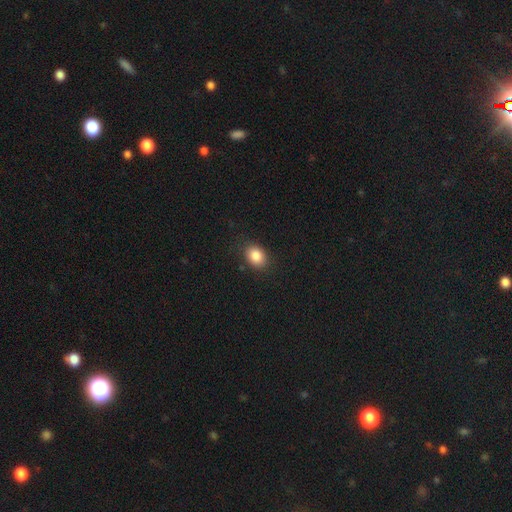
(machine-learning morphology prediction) Smooth or featured? smooth (85%)
How rounded? in between (63%)
Merging? none (85%)